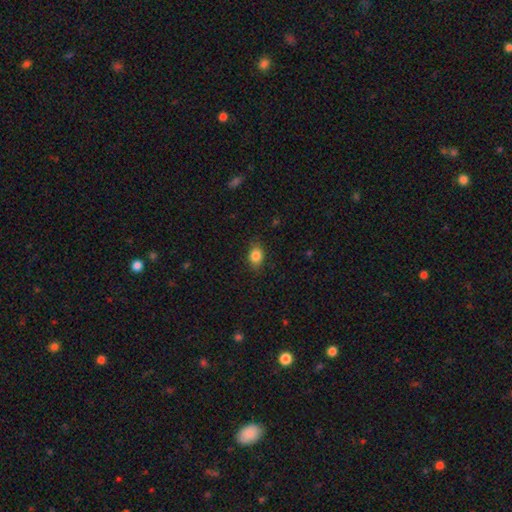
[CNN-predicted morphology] This is clearly a smooth galaxy (85%). How rounded: likely in between (66%). Merging: clearly none (84%).